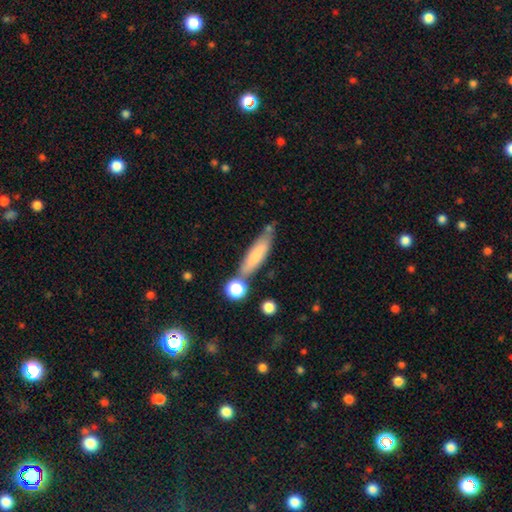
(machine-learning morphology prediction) A smooth galaxy with no disk features (74%) that is cigar-shaped (72%).

Vote fractions:
- Smooth or featured? smooth: 74% / featured or disk: 19% / star or artifact: 7%
- How rounded? cigar-shaped: 72% / in between: 26% / round: 2%
- Merging? none: 62% / minor disturbance: 18% / merger: 15% / major disturbance: 5%